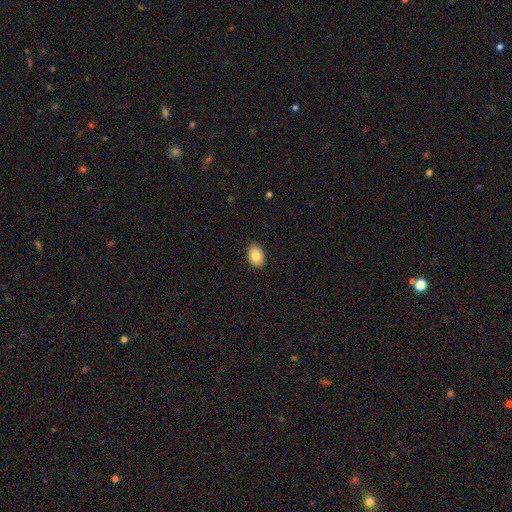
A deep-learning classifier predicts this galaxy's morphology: Overall: smooth (85%). How rounded: in between (82%). Merging: none (89%).